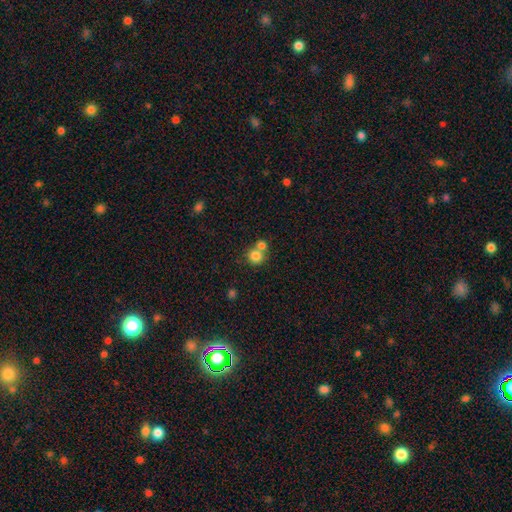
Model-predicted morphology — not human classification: Q: Smooth or featured?
A: smooth (80%); runner-up: star or artifact (11%)
Q: How rounded?
A: round (88%); runner-up: in between (11%)
Q: Merging?
A: merger (47%); runner-up: none (44%)